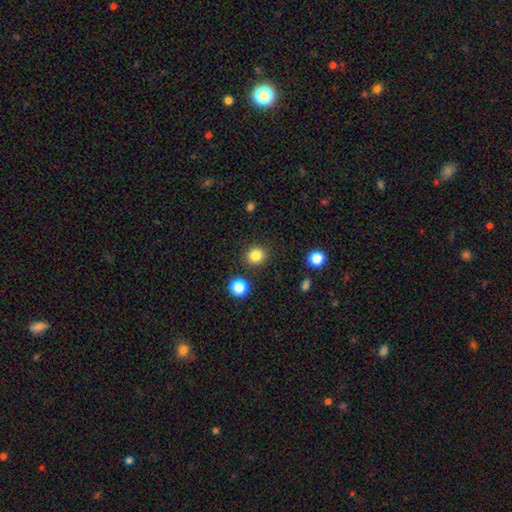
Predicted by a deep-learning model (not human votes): Smooth or featured? smooth (84%)
How rounded? round (85%)
Merging? none (88%)